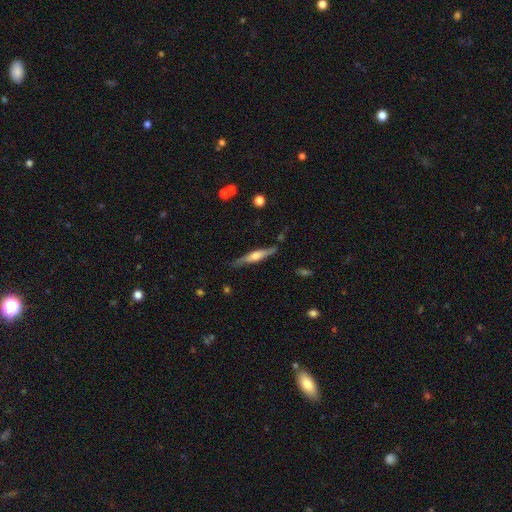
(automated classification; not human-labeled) Smooth or featured? Predicted: featured or disk (p=0.62). Edge-on disk? Predicted: yes (p=0.94). Edge-on bulge? Predicted: rounded (p=0.72). Merging? Predicted: none (p=0.81).